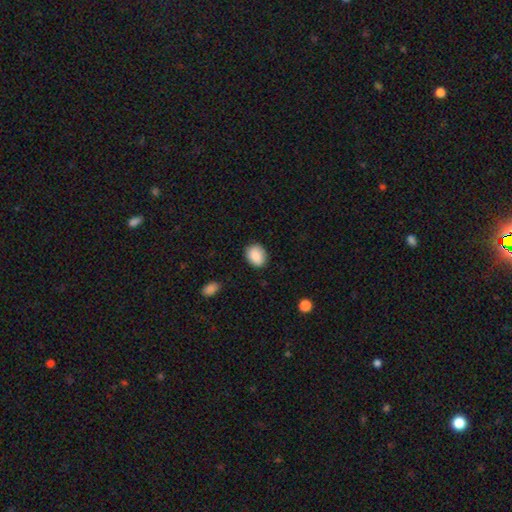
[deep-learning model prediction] Smooth or featured: smooth — 88% (star or artifact — 7%)
How rounded: in between — 57% (round — 42%)
Merging: none — 83% (minor disturbance — 13%)